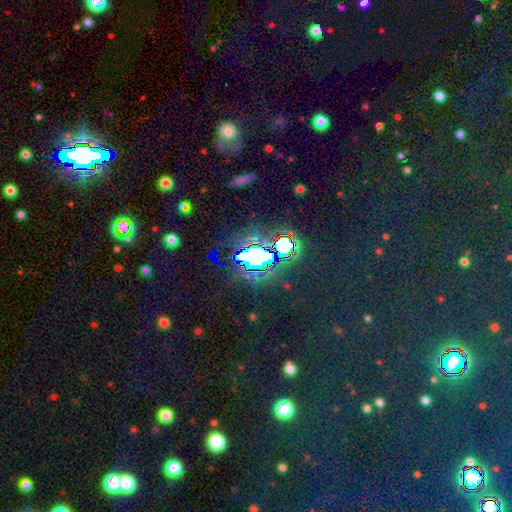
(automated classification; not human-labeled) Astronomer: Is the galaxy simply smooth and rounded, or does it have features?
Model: star or artifact — 74%.